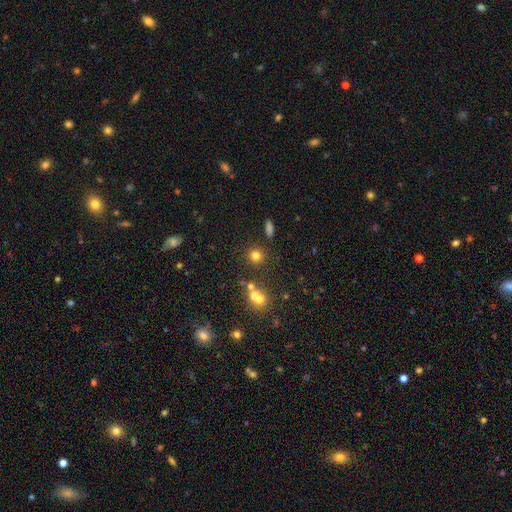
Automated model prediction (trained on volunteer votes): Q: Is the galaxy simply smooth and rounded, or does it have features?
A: smooth — 75%.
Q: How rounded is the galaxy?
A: round — 89%.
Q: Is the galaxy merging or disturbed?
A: none — 79%.